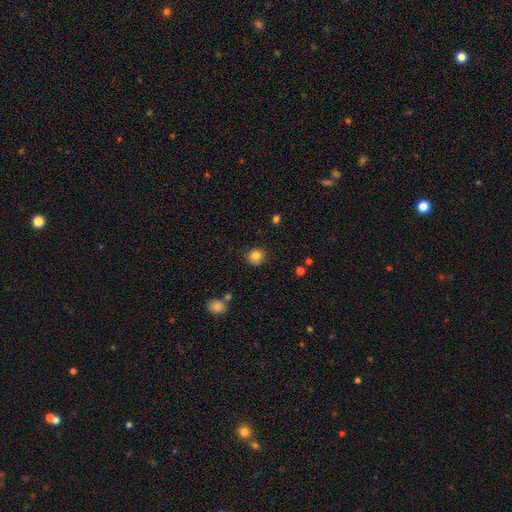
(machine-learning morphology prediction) Q: Smooth or featured?
A: smooth (83%); runner-up: star or artifact (11%)
Q: How rounded?
A: round (88%); runner-up: in between (11%)
Q: Merging?
A: none (84%); runner-up: minor disturbance (12%)